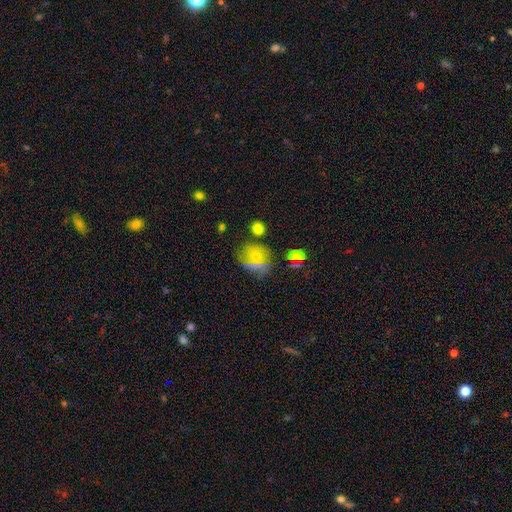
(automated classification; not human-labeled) This is possibly a smooth galaxy (53%). How rounded: likely round (68%). Merging: likely none (66%).